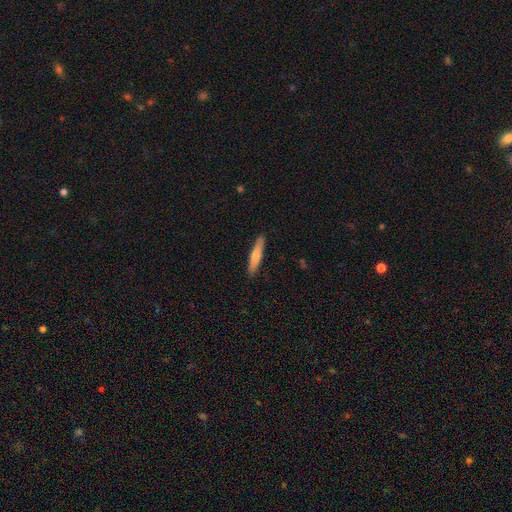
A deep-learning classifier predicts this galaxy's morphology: This appears to be a smooth galaxy with no disk features (69%) that is cigar-shaped (88%). Merging: none (90%).